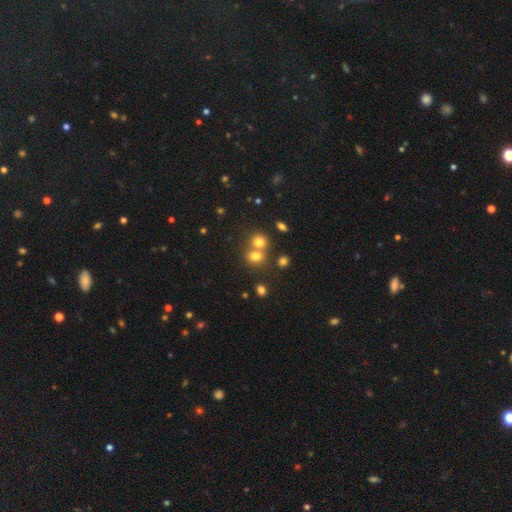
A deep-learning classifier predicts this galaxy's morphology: smooth-or-featured: smooth: 73% | star or artifact: 16% | featured or disk: 11%
  how-rounded: round: 66% | in between: 33% | cigar-shaped: 1%
  merging: merger: 46% | none: 43% | minor disturbance: 8% | major disturbance: 3%